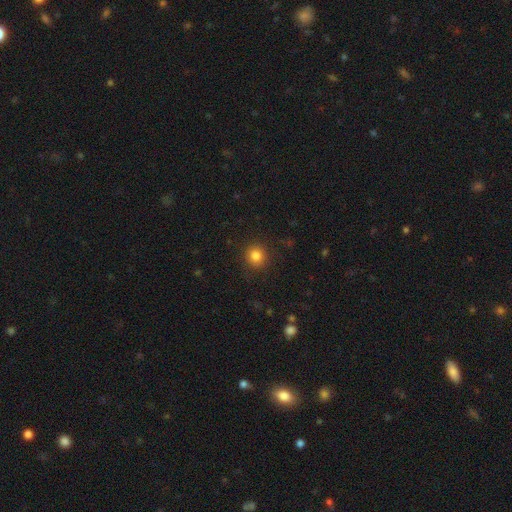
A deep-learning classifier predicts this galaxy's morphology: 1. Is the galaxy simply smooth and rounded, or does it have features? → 83% smooth, 12% star or artifact, 5% featured or disk.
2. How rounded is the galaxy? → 92% round, 7% in between, 1% cigar-shaped.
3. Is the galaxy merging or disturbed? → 90% none, 6% minor disturbance, 3% major disturbance, 1% merger.